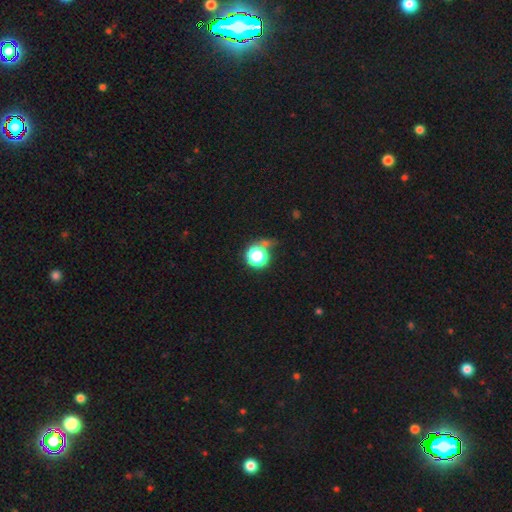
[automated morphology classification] A smooth galaxy with no disk features (68%) that is round (87%). Merging: none (57%).